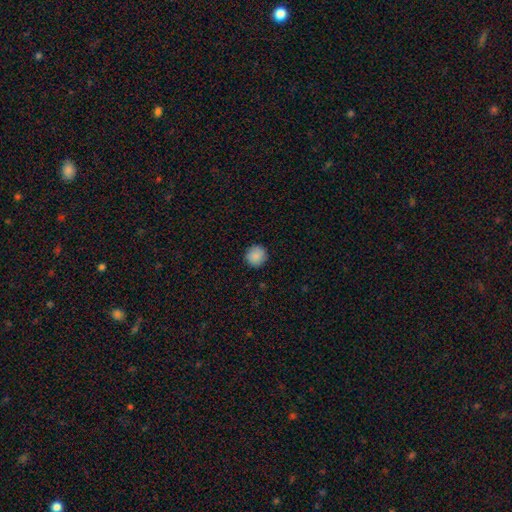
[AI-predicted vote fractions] A smooth galaxy with no disk features (88%) that is round (93%).

Vote fractions:
- Smooth or featured? smooth: 88% / star or artifact: 8% / featured or disk: 4%
- How rounded? round: 93% / in between: 6% / cigar-shaped: 1%
- Merging? none: 90% / minor disturbance: 7% / major disturbance: 2% / merger: 1%